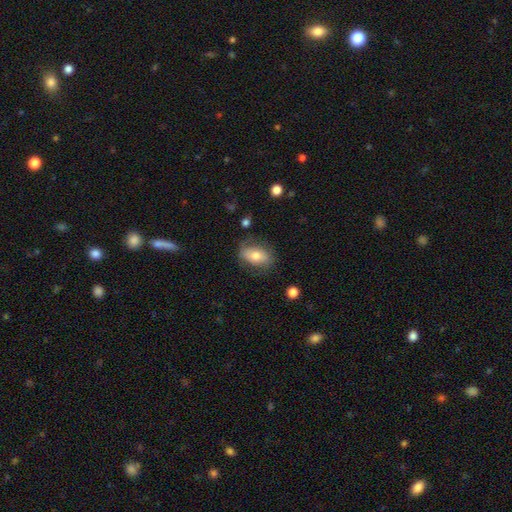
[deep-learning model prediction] Smooth or featured? smooth (64%)
How rounded? in between (85%)
Merging? none (69%)